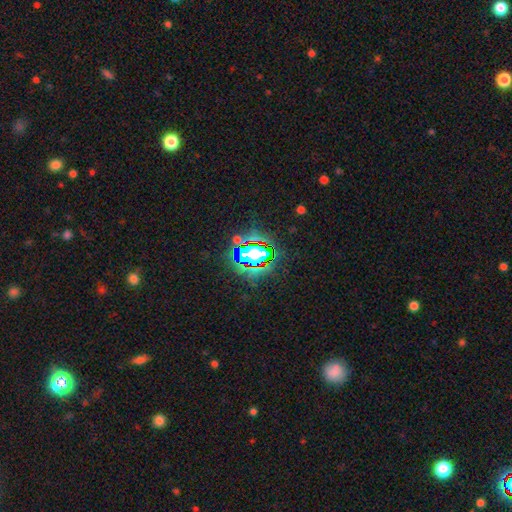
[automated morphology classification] Overall: star or artifact (67%).